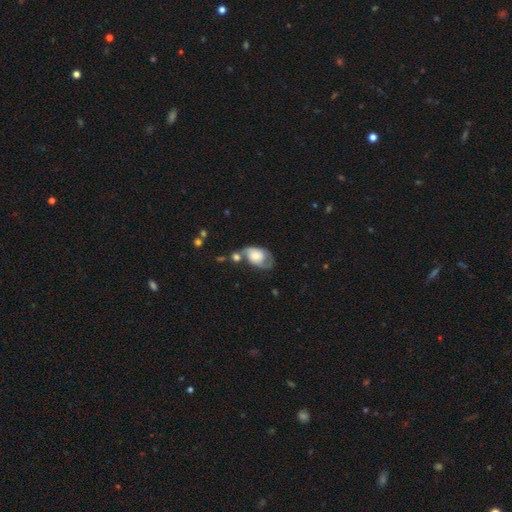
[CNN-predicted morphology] featured or disk 53%, smooth 40%, star or artifact 7%. Down the decision tree: edge-on disk — no (96%); bar — no (75%); spiral arms — yes (76%); bulge size — moderate (39%); merging — none (35%).